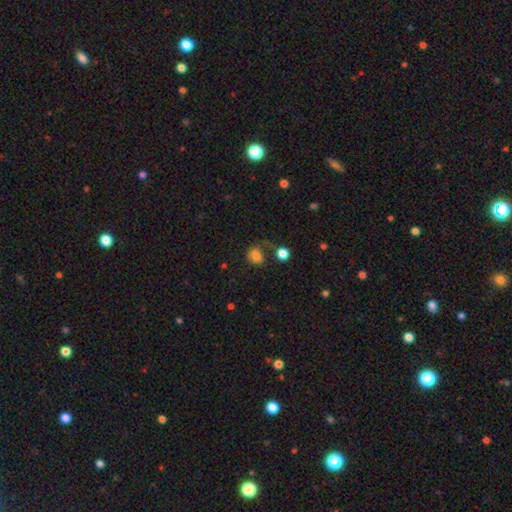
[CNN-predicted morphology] type=smooth (75%); roundness=round (54%); merging=none (45%).